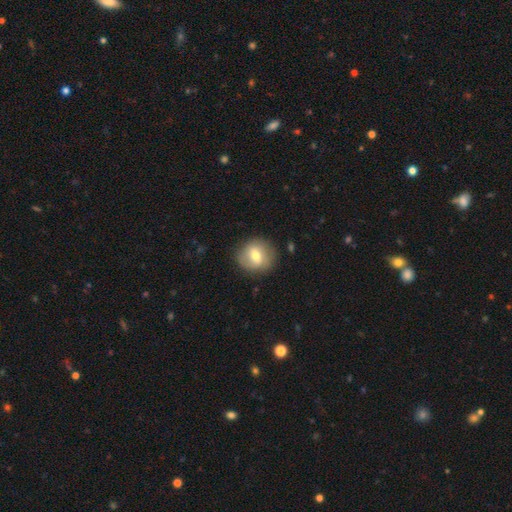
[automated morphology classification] A smooth galaxy with no disk features (57%) that is round (85%). Merging: none (83%).